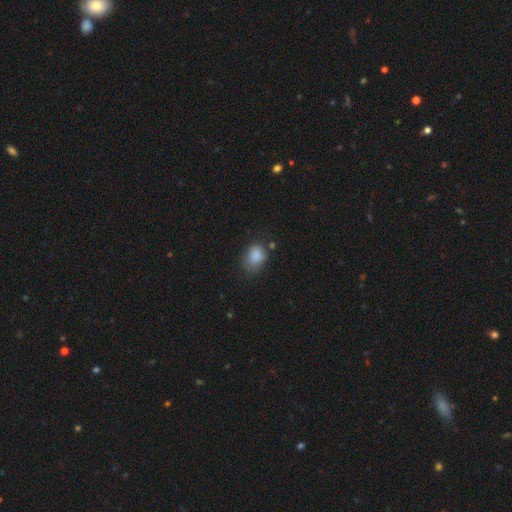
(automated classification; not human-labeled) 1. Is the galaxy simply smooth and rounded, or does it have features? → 85% smooth, 9% star or artifact, 6% featured or disk.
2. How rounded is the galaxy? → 63% in between, 36% round, 1% cigar-shaped.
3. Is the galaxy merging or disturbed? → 58% none, 28% minor disturbance, 9% major disturbance, 5% merger.